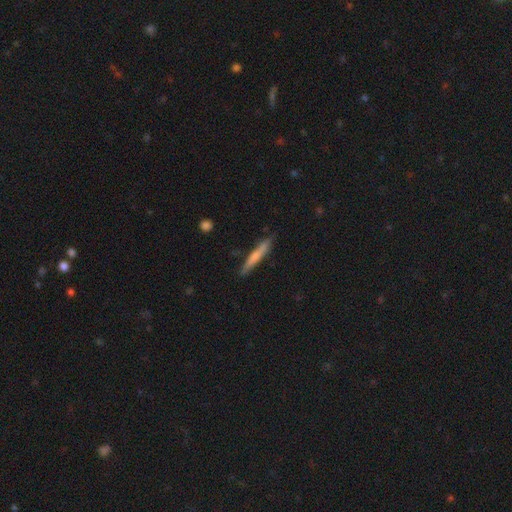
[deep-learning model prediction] smooth_or_featured: smooth (p=0.62) [alt: featured or disk p=0.32]
how_rounded: cigar-shaped (p=0.95) [alt: in between p=0.04]
merging: none (p=0.84) [alt: minor disturbance p=0.13]